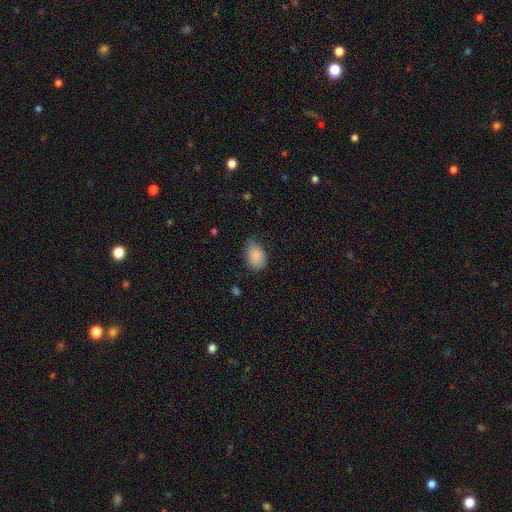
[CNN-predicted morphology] This appears to be a smooth galaxy with no disk features (83%) that is in between round and cigar-shaped (80%). Merging: none (53%).